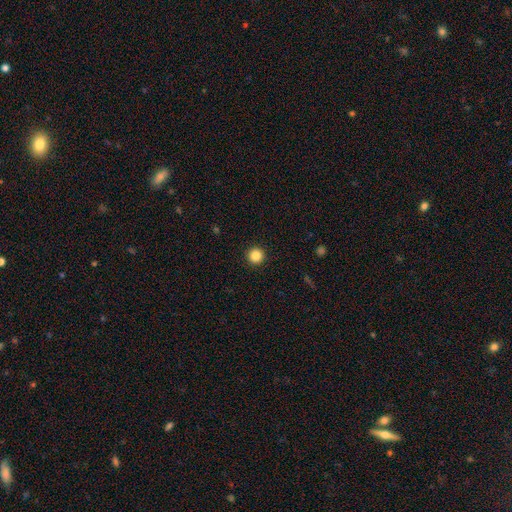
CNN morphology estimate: This appears to be a smooth galaxy with no disk features (85%) that is round (96%). Merging: none (93%).